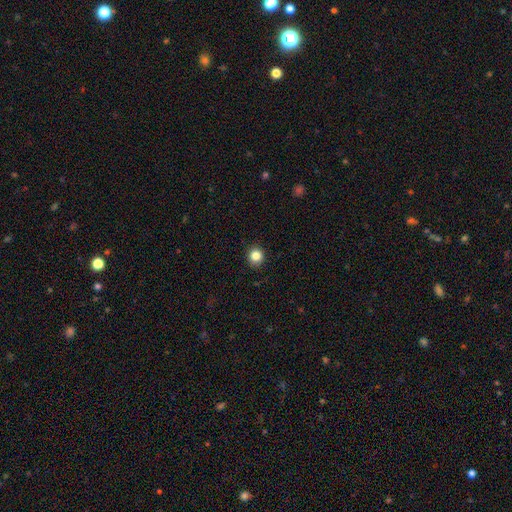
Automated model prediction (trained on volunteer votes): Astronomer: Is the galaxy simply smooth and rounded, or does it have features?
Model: smooth — 84%.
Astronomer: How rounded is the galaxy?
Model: round — 88%.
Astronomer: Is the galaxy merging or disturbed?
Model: none — 91%.